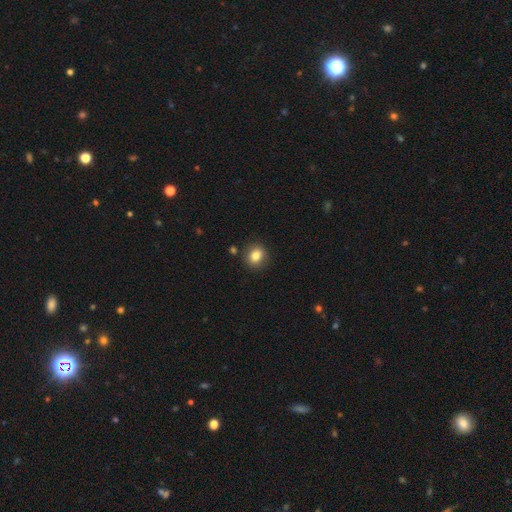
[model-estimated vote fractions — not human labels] The model was most divided on "how rounded": round: 78%, in between: 21%, cigar-shaped: 1%. More confident: merging — none (88%); smooth or featured — smooth (82%).